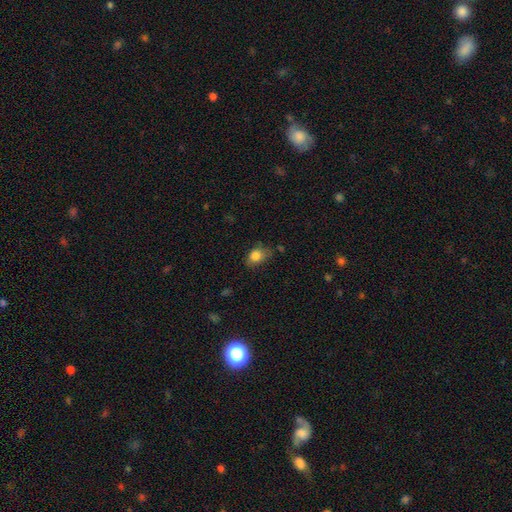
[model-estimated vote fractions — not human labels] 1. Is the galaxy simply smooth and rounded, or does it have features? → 82% smooth, 9% star or artifact, 8% featured or disk.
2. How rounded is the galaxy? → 70% in between, 28% round, 2% cigar-shaped.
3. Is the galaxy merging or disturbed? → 59% none, 30% minor disturbance, 8% major disturbance, 3% merger.